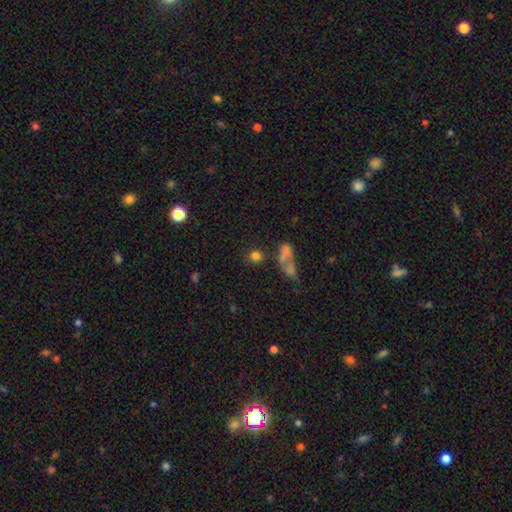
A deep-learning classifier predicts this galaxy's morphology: Smooth or featured: smooth — 75% (star or artifact — 16%)
How rounded: round — 83% (in between — 14%)
Merging: none — 67% (merger — 16%)